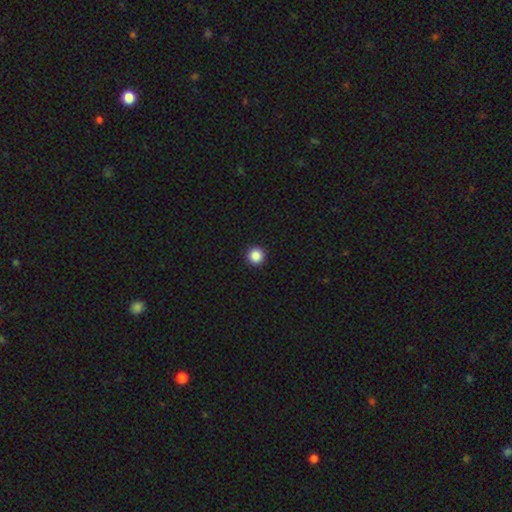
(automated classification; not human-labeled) The model was most divided on "smooth or featured": smooth: 87%, star or artifact: 10%, featured or disk: 3%. More confident: how rounded — round (97%); merging — none (94%).